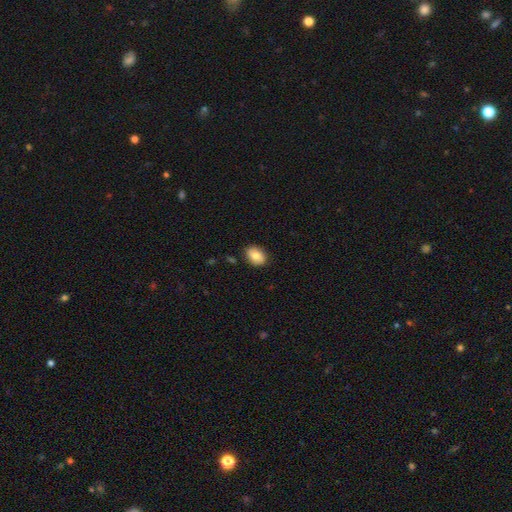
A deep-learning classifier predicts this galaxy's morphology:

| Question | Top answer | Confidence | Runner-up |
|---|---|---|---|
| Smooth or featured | smooth | 83% | featured or disk (10%) |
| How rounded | in between | 76% | round (23%) |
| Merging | none | 87% | minor disturbance (10%) |